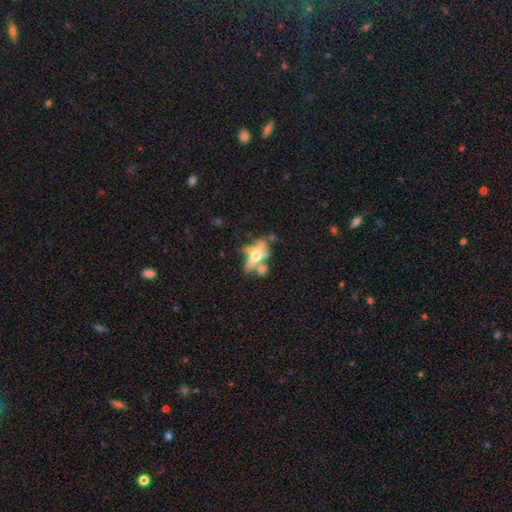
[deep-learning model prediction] Smooth or featured?
  - featured or disk: 52% *
  - smooth: 38%
  - star or artifact: 10%
Edge-on disk?
  - no: 64% *
  - yes: 36%
Merging?
  - merger: 38% *
  - none: 29%
  - major disturbance: 18%
  - minor disturbance: 15%